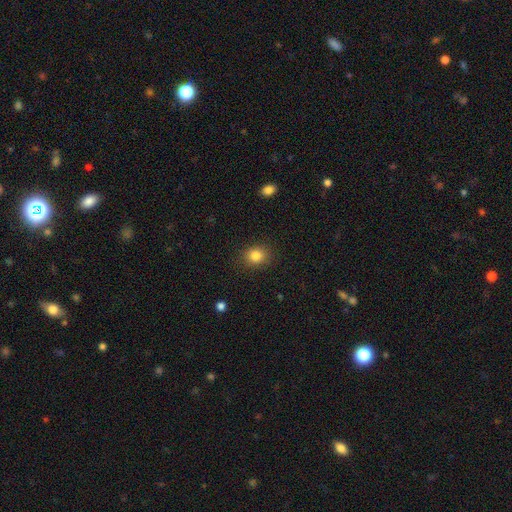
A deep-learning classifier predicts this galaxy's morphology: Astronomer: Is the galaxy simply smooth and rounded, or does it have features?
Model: smooth — 84%.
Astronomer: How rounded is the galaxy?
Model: round — 64%.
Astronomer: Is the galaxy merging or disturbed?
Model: none — 86%.